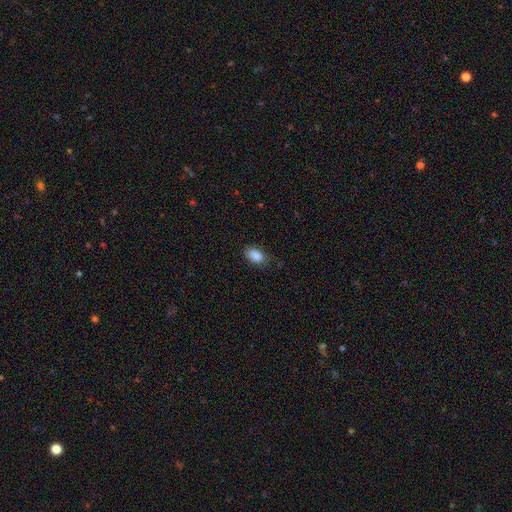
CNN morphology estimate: type=smooth (88%); roundness=in between (89%); merging=none (75%).